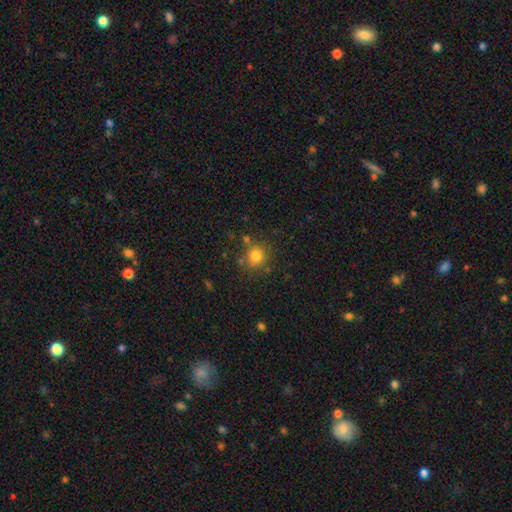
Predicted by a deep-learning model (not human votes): A smooth galaxy with no disk features (80%) that is round (88%). Merging: none (75%).